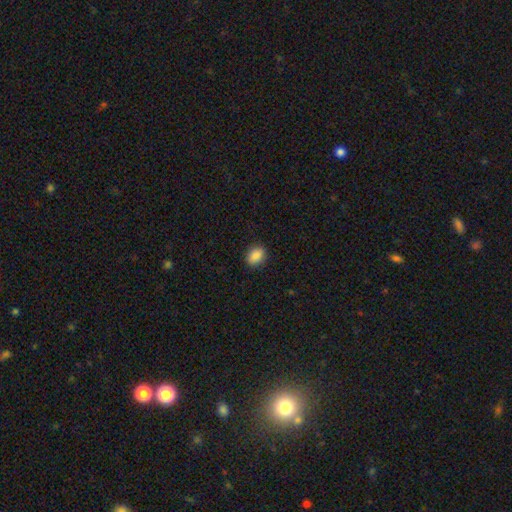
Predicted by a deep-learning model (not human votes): Overall: smooth (89%). How rounded: in between (67%; round 31%). Merging: none (89%).